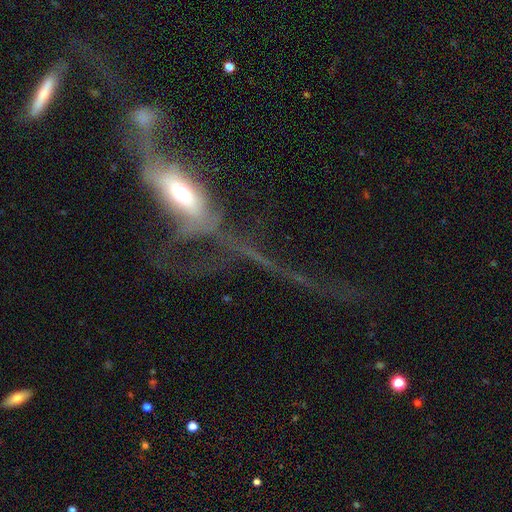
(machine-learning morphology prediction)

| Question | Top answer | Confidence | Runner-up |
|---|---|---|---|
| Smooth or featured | featured or disk | 64% | smooth (23%) |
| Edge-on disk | no | 63% | yes (37%) |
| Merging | major disturbance | 54% | none (19%) |